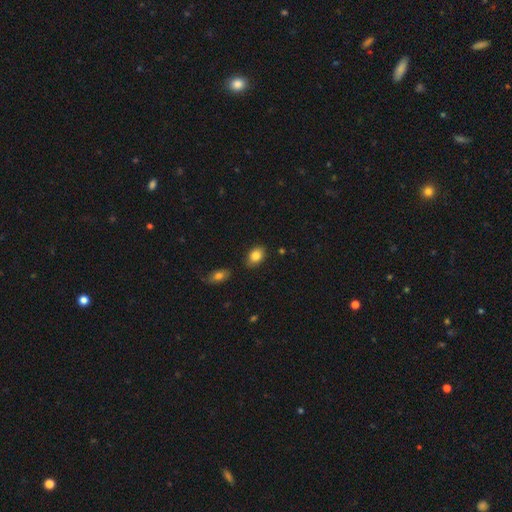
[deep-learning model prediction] Smooth or featured: smooth — 84% (star or artifact — 8%)
How rounded: in between — 76% (round — 23%)
Merging: none — 83% (minor disturbance — 11%)